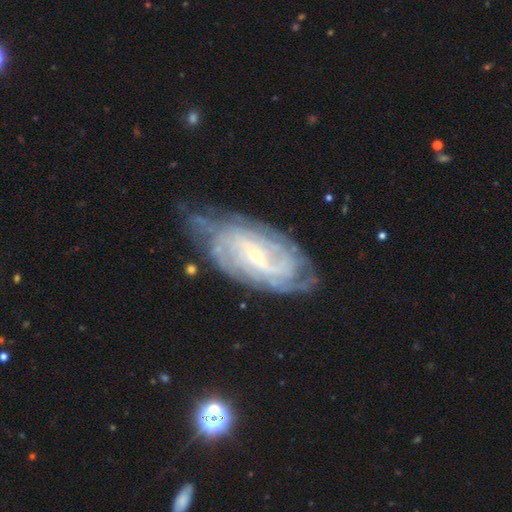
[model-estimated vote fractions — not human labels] Smooth or featured? Predicted: featured or disk (p=0.87). Edge-on disk? Predicted: no (p=0.94). Bar? Predicted: weak (p=0.42). Spiral arms? Predicted: yes (p=0.95). Spiral winding? Predicted: tight (p=0.70). Spiral arm count? Predicted: can't tell (p=0.40). Bulge size? Predicted: small (p=0.78). Merging? Predicted: none (p=0.67).